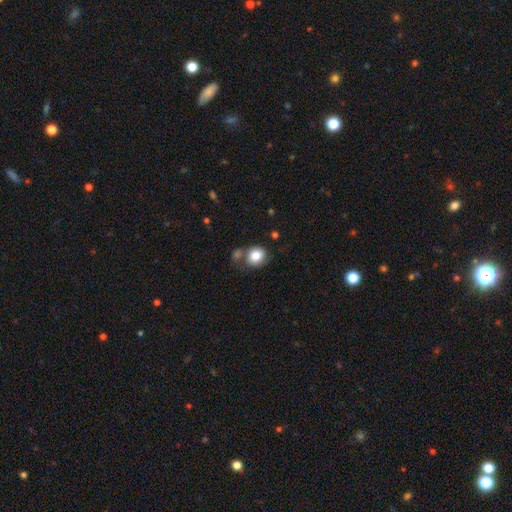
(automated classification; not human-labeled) smooth 82%, featured or disk 10%, star or artifact 8%. Down the decision tree: how rounded — round (64%); merging — none (54%).